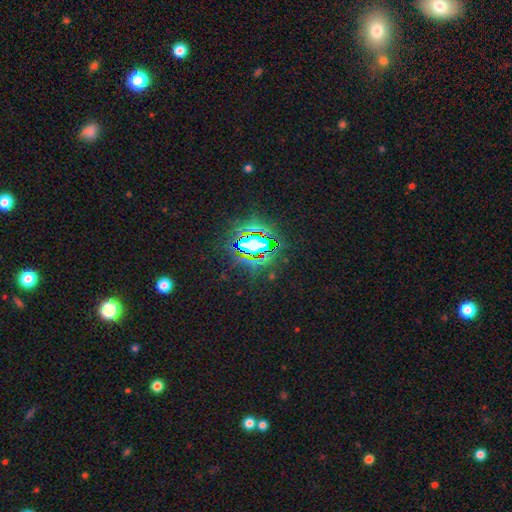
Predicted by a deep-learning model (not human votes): smooth-or-featured: star or artifact: 79% | smooth: 12% | featured or disk: 9%